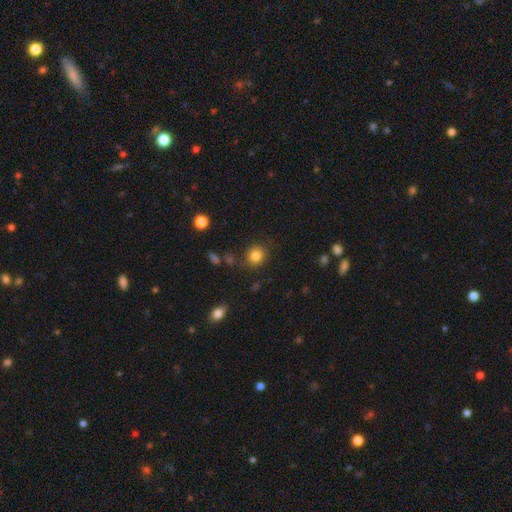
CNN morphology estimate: A smooth galaxy with no disk features (84%) that is round (82%). Merging: none (82%).